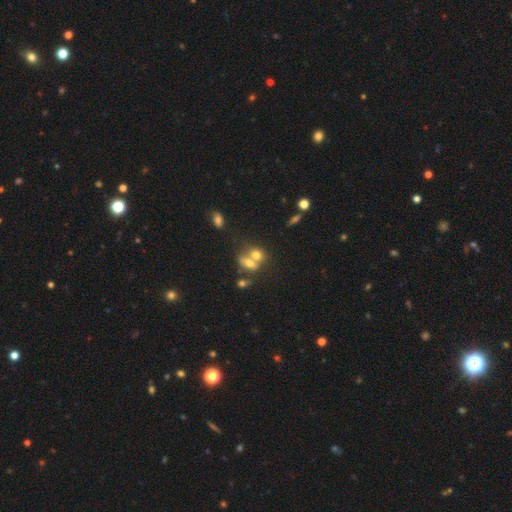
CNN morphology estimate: A smooth galaxy with no disk features (66%) that is in between round and cigar-shaped (60%).

Vote fractions:
- Smooth or featured? smooth: 66% / featured or disk: 21% / star or artifact: 13%
- How rounded? in between: 60% / round: 36% / cigar-shaped: 4%
- Merging? merger: 62% / none: 26% / minor disturbance: 8% / major disturbance: 4%